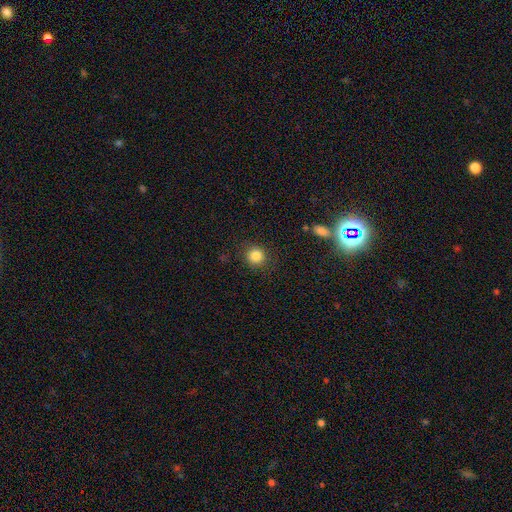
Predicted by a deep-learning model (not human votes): The model was most divided on "smooth or featured": smooth: 84%, star or artifact: 11%, featured or disk: 5%. More confident: how rounded — round (91%); merging — none (88%).